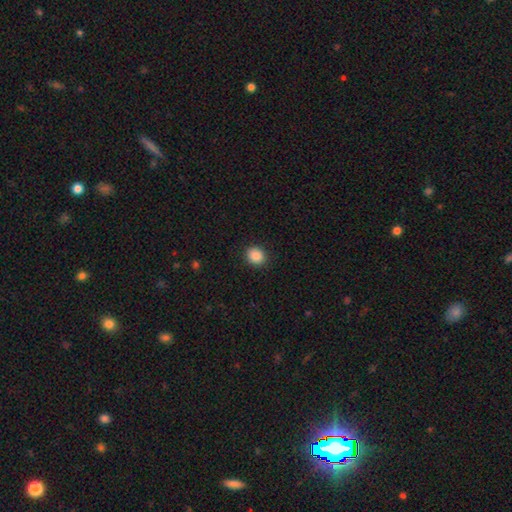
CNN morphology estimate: Smooth or featured? smooth (88%)
How rounded? round (70%)
Merging? none (91%)